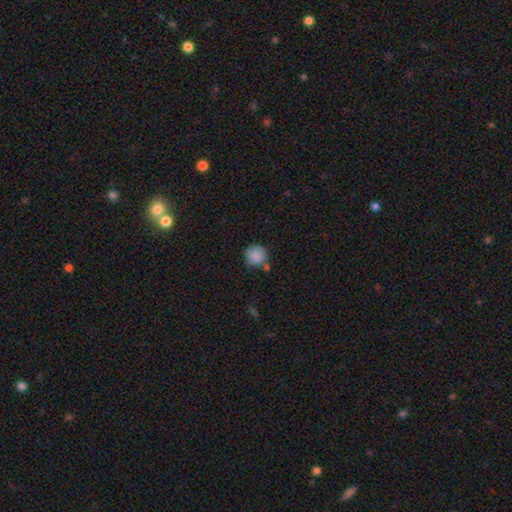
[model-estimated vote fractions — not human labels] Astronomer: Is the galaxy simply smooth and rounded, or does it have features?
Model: smooth — 87%.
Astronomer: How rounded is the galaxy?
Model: round — 94%.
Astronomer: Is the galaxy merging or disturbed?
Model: none — 73%.